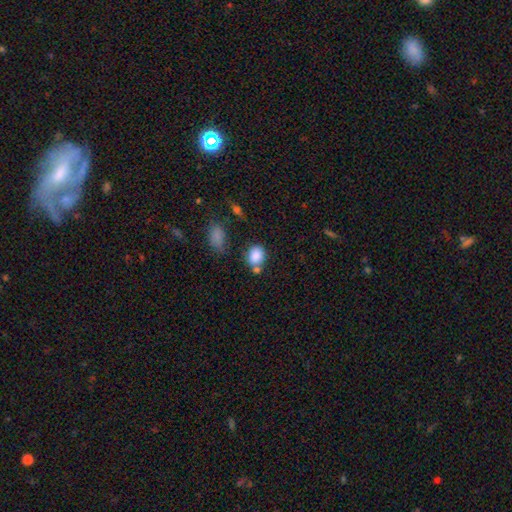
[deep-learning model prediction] This is clearly a smooth galaxy (84%). How rounded: possibly in between (50%). Merging: possibly none (54%).